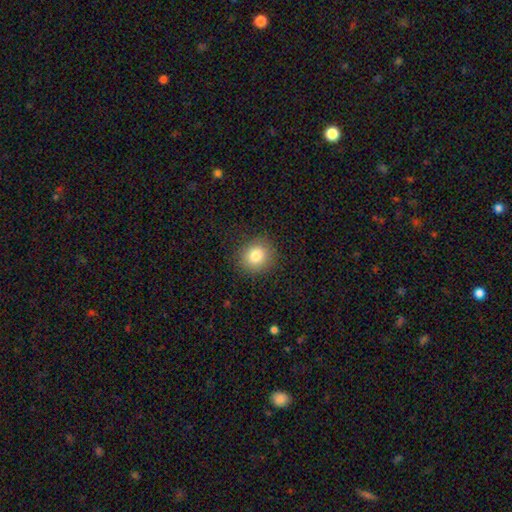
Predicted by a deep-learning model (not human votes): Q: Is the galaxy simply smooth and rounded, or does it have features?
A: smooth — 82%.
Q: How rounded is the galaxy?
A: round — 84%.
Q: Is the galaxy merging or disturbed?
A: none — 89%.